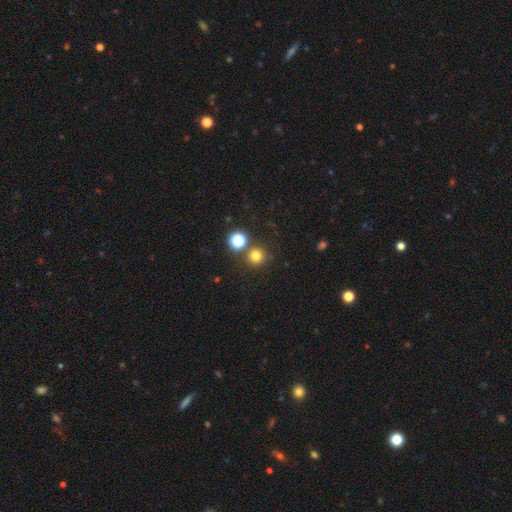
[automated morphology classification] This appears to be a smooth galaxy with no disk features (76%) that is round (94%). Merging: none (79%).